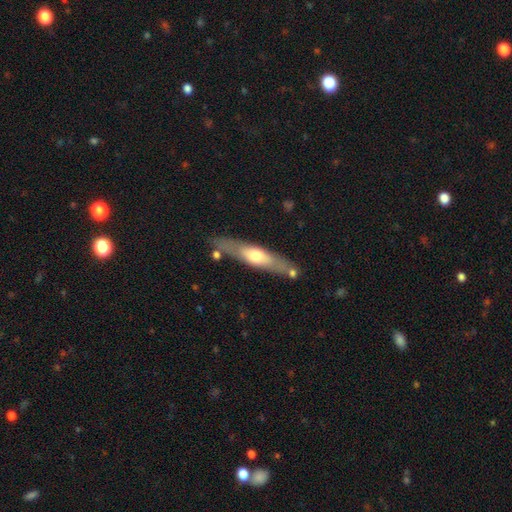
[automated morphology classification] This appears to be a featured or disk galaxy (49%). Merging: none (78%).